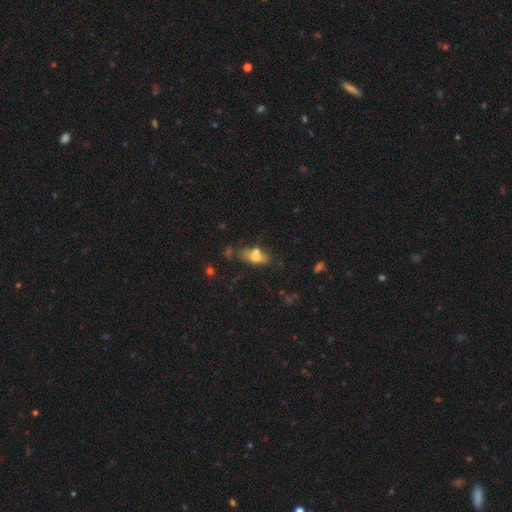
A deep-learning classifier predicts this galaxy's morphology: smooth 66%, featured or disk 23%, star or artifact 11%. Down the decision tree: how rounded — in between (80%); merging — none (41%).